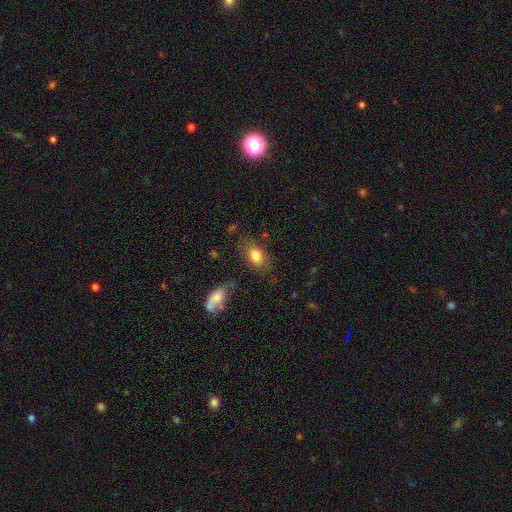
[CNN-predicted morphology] A smooth galaxy with no disk features (81%) that is in between round and cigar-shaped (86%). Merging: none (74%).